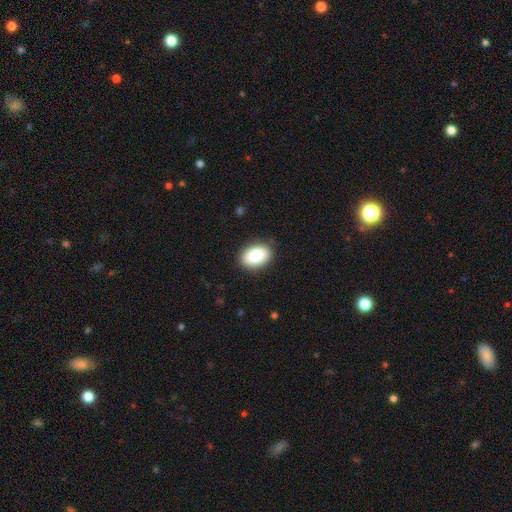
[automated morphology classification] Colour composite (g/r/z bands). It shows a smooth galaxy with no disk features (84%) that is in between round and cigar-shaped (83%). Merging: none (88%).